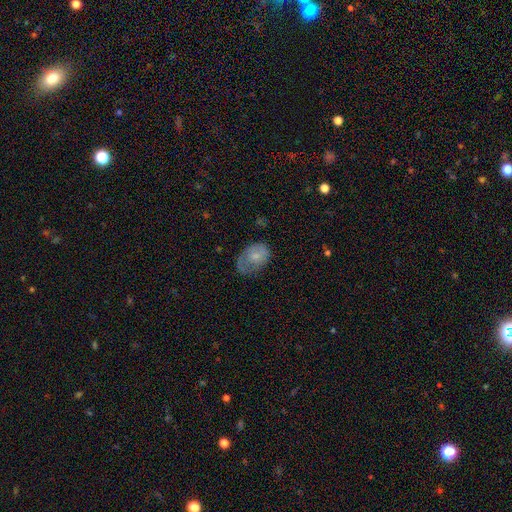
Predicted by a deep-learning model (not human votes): Q: Smooth or featured?
A: smooth (62%); runner-up: featured or disk (31%)
Q: How rounded?
A: in between (79%); runner-up: round (20%)
Q: Merging?
A: none (46%); runner-up: minor disturbance (33%)